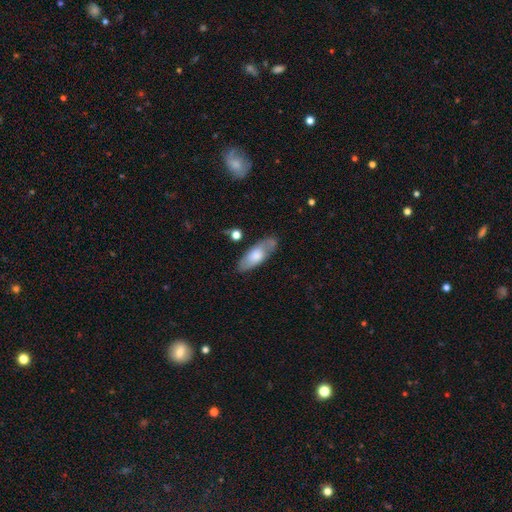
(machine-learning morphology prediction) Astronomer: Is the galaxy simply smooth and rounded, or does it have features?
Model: smooth — 58% (runner-up: featured or disk, 35%).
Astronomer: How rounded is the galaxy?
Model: in between — 72%.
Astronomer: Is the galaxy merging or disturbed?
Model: none — 73%.